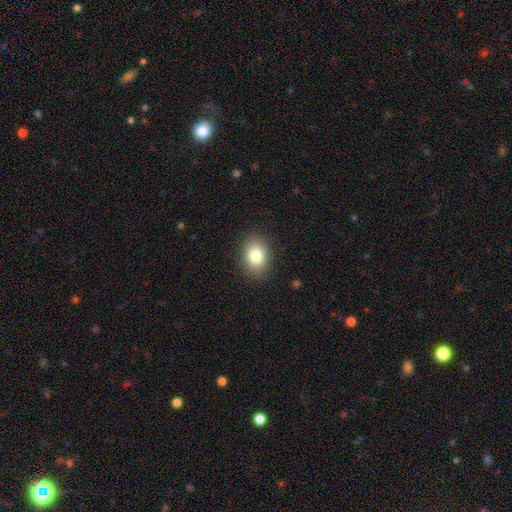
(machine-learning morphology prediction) smooth_or_featured: smooth (p=0.82) [alt: star or artifact p=0.10]
how_rounded: in between (p=0.68) [alt: round p=0.31]
merging: none (p=0.88) [alt: minor disturbance p=0.08]